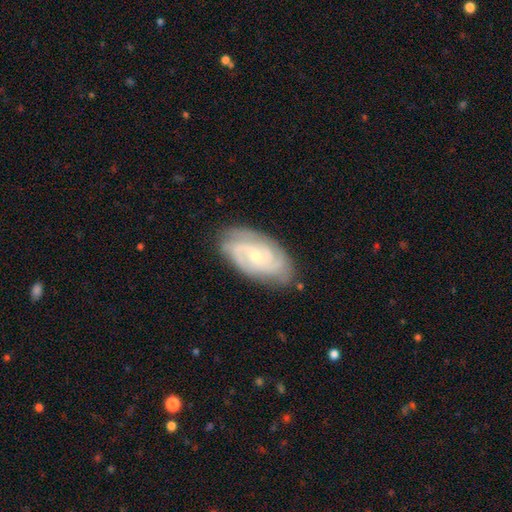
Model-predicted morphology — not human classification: featured or disk 85%, smooth 9%, star or artifact 5%. Down the decision tree: edge-on disk — no (96%); bar — no (57%); spiral arms — yes (97%); spiral arm count — 2 (43%); spiral winding — tight (59%); bulge size — small (65%); merging — none (79%).